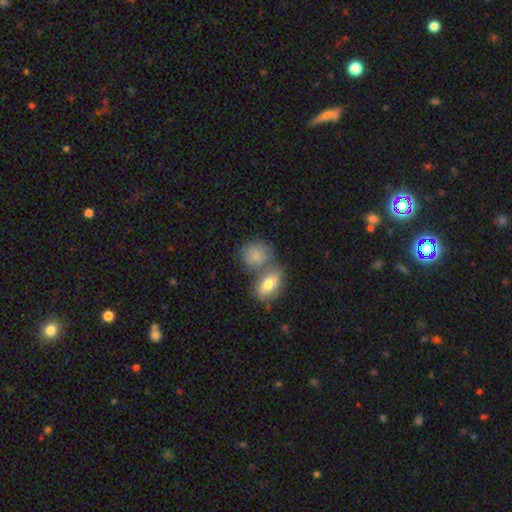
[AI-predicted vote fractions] smooth-or-featured: smooth: 79% | featured or disk: 13% | star or artifact: 8%
  how-rounded: round: 63% | in between: 35% | cigar-shaped: 2%
  merging: none: 42% (tied) | merger: 42% (tied) | minor disturbance: 11% | major disturbance: 4%